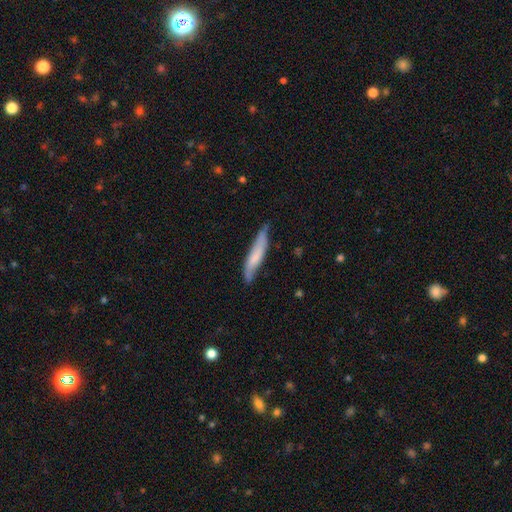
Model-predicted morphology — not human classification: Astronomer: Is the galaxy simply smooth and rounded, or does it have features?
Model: smooth — 61%.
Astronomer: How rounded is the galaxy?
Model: cigar-shaped — 88%.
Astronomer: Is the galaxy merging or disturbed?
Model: none — 68%.